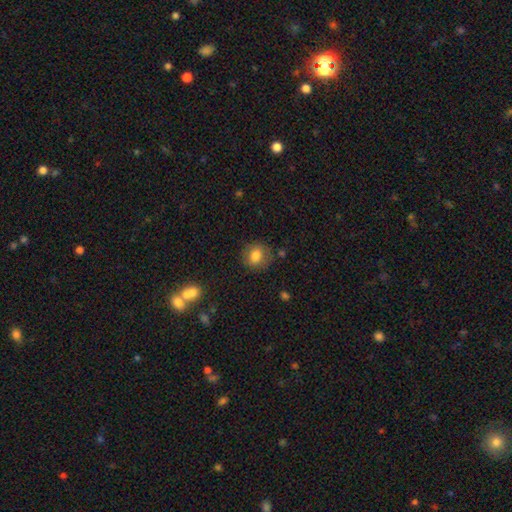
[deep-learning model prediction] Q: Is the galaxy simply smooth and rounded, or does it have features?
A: smooth — 80%.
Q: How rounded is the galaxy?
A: round — 71%.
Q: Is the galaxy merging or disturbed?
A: none — 81%.